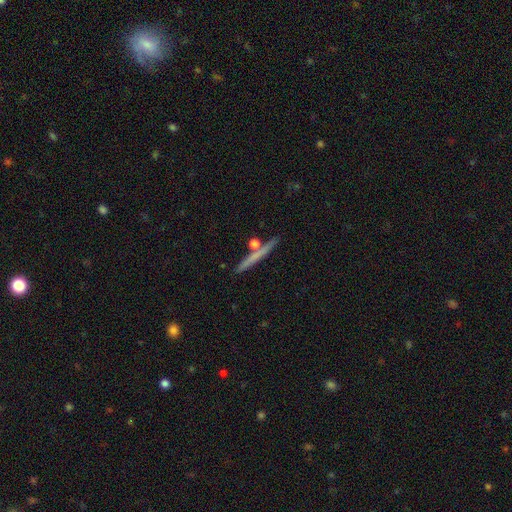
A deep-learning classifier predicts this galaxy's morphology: Overall: smooth (49%; featured or disk 44%). Merging: none (81%).